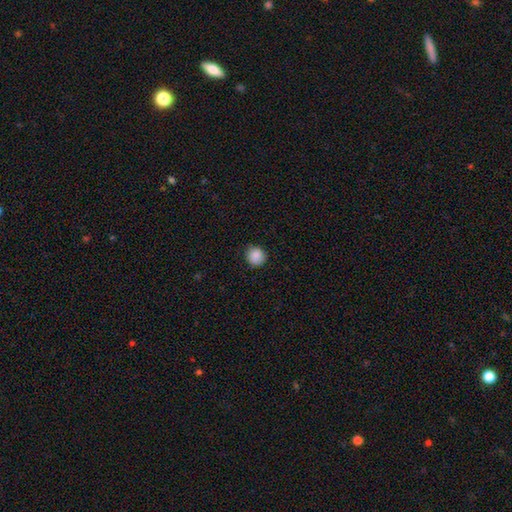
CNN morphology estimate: Smooth or featured? smooth (87%)
How rounded? round (86%)
Merging? none (84%)